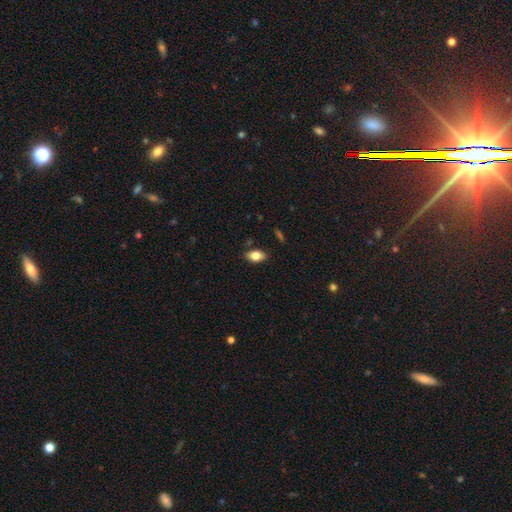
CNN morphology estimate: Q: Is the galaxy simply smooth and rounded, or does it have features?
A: smooth — 79%.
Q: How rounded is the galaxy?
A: in between — 89%.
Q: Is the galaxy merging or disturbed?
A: none — 85%.